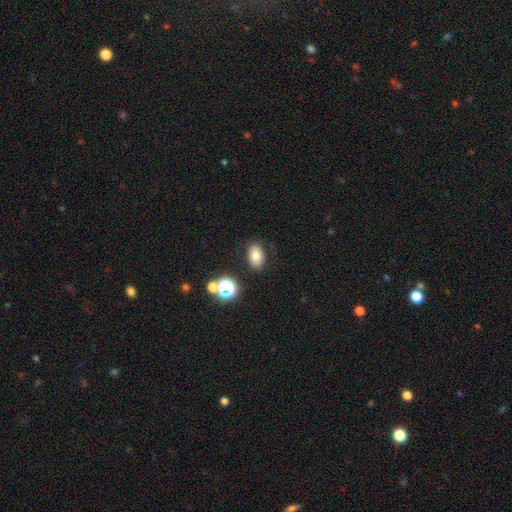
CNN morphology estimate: smooth_or_featured: smooth (p=0.76) [alt: star or artifact p=0.13]
how_rounded: in between (p=0.85) [alt: round p=0.14]
merging: none (p=0.83) [alt: minor disturbance p=0.11]